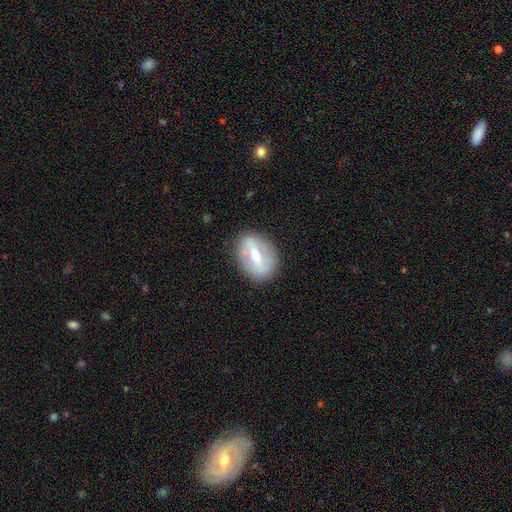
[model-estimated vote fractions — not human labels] smooth-or-featured: featured or disk: 63% | smooth: 30% | star or artifact: 6%
  disk-edge-on: no: 81% | yes: 19%
    bar: strong: 65% | weak: 26% | no: 9%
    has-spiral-arms: no: 78% | yes: 22%
    bulge-size: moderate: 67% | small: 24% | large: 7% | none: 1% | dominant: 1%
  merging: none: 84% | minor disturbance: 11% | major disturbance: 4% | merger: 1%